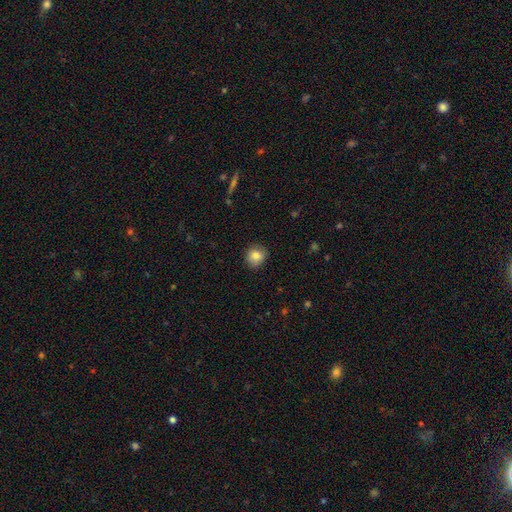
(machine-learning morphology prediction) This appears to be a smooth galaxy with no disk features (83%) that is round (84%). Merging: none (84%).